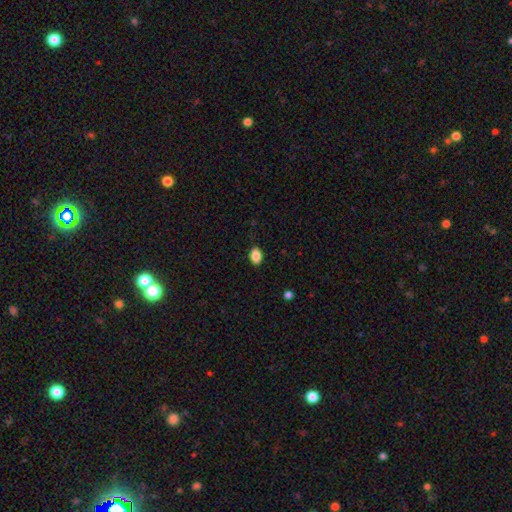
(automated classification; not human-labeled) A smooth galaxy with no disk features (88%) that is in between round and cigar-shaped (85%).

Vote fractions:
- Smooth or featured? smooth: 88% / star or artifact: 8% / featured or disk: 4%
- How rounded? in between: 85% / round: 14% / cigar-shaped: 1%
- Merging? none: 88% / minor disturbance: 9% / major disturbance: 2% / merger: 1%